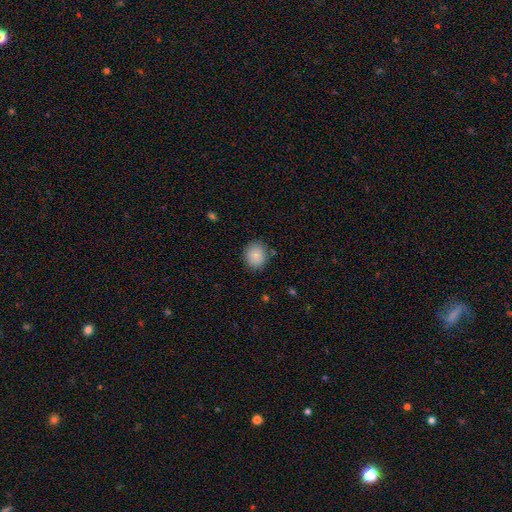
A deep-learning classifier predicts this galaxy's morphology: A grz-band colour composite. It shows a smooth galaxy with no disk features (86%) that is round (76%). Merging: none (85%).